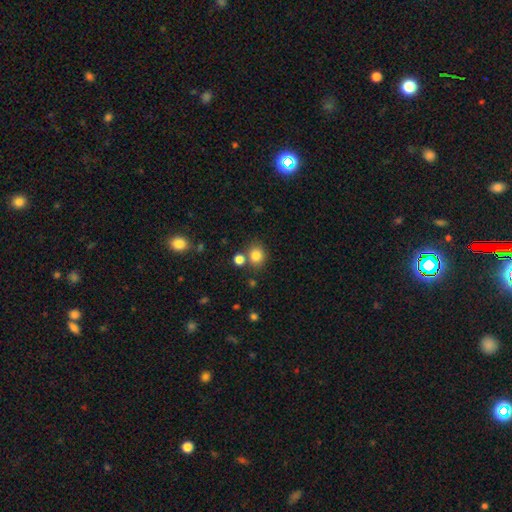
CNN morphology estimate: Smooth or featured: smooth — 83% (star or artifact — 12%)
How rounded: round — 74% (in between — 25%)
Merging: none — 73% (merger — 14%)